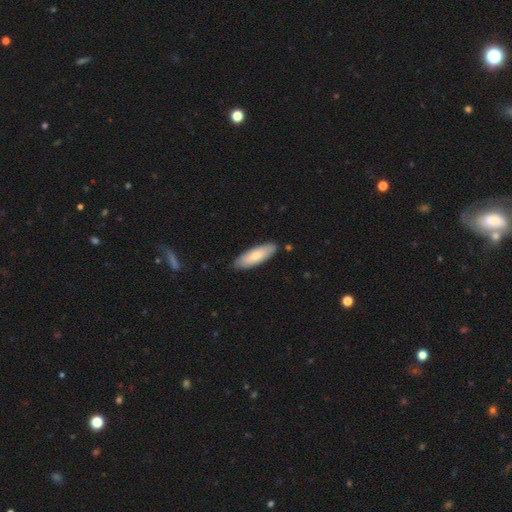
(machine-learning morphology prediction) A smooth galaxy with no disk features (75%) that is in between round and cigar-shaped (63%).

Vote fractions:
- Smooth or featured? smooth: 75% / featured or disk: 20% / star or artifact: 5%
- How rounded? in between: 63% / cigar-shaped: 35% / round: 2%
- Merging? none: 86% / minor disturbance: 11% / major disturbance: 2% / merger: 2%